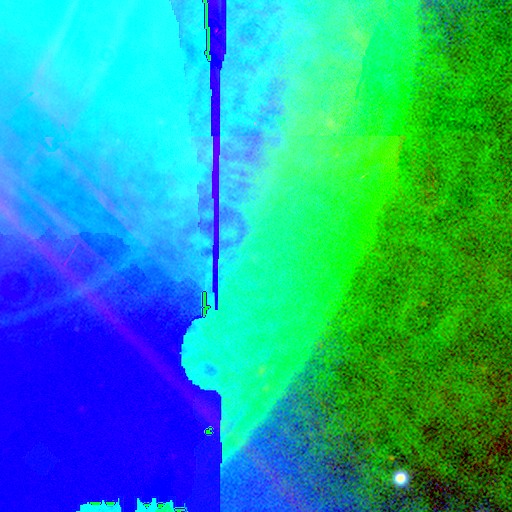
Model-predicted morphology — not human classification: smooth_or_featured: star or artifact (p=0.82) [alt: featured or disk p=0.11]